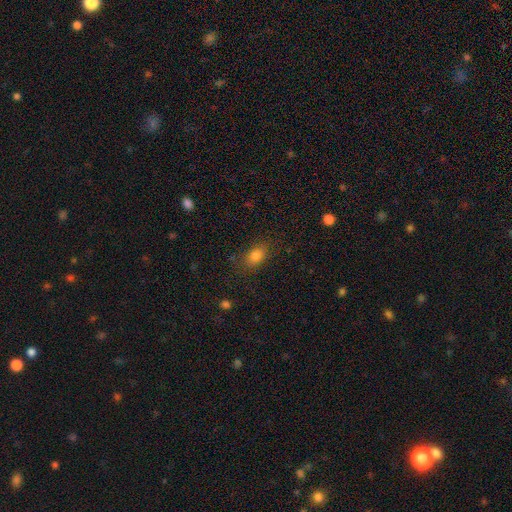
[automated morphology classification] Smooth or featured?
  - smooth: 81% *
  - star or artifact: 11%
  - featured or disk: 8%
How rounded?
  - in between: 81% *
  - round: 15%
  - cigar-shaped: 4%
Merging?
  - none: 80% *
  - minor disturbance: 14%
  - major disturbance: 4%
  - merger: 2%